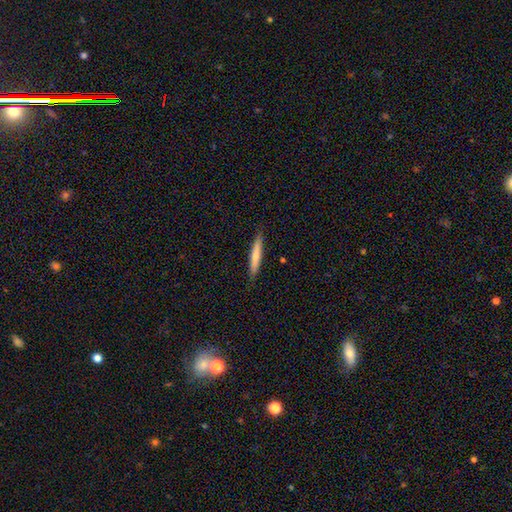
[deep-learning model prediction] Overall: smooth (65%; featured or disk 29%). How rounded: cigar-shaped (92%). Merging: none (87%).